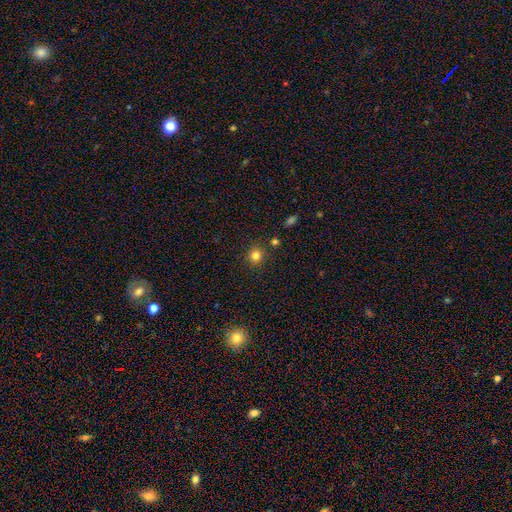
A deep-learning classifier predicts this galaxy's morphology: Smooth or featured?
  - smooth: 80% *
  - star or artifact: 14%
  - featured or disk: 6%
How rounded?
  - round: 89% *
  - in between: 10%
  - cigar-shaped: 1%
Merging?
  - none: 86% *
  - minor disturbance: 8%
  - merger: 4%
  - major disturbance: 2%